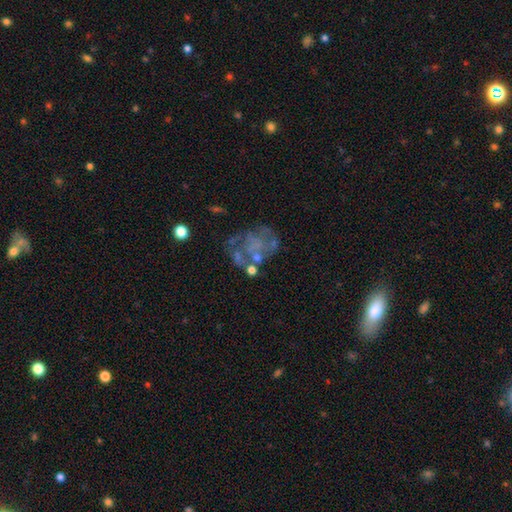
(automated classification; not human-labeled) A featured or disk galaxy (66%) with no bar (89%), no spiral arms (69%) and no central bulge (73%).

Vote fractions:
- Smooth or featured? featured or disk: 66% / smooth: 20% / star or artifact: 15%
- Edge-on disk? no: 98% / yes: 2%
- Bar? no: 89% / weak: 9% / strong: 2%
- Spiral arms? no: 69% / yes: 31%
- Bulge size? none: 73% / small: 14% / moderate: 9% / large: 2% / dominant: 1%
- Merging? none: 44% / major disturbance: 27% / minor disturbance: 18% / merger: 10%